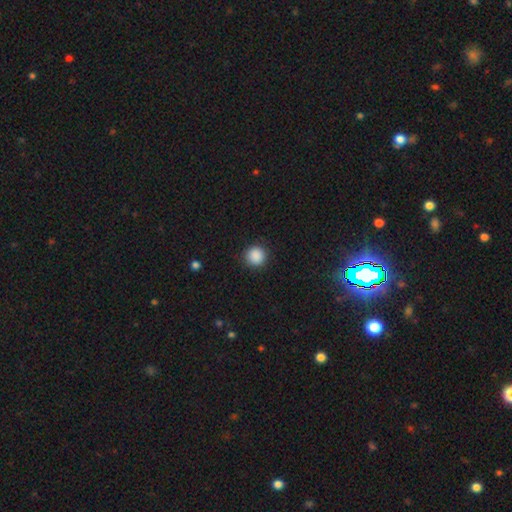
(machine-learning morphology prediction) A smooth galaxy with no disk features (88%) that is round (94%). Merging: none (91%).